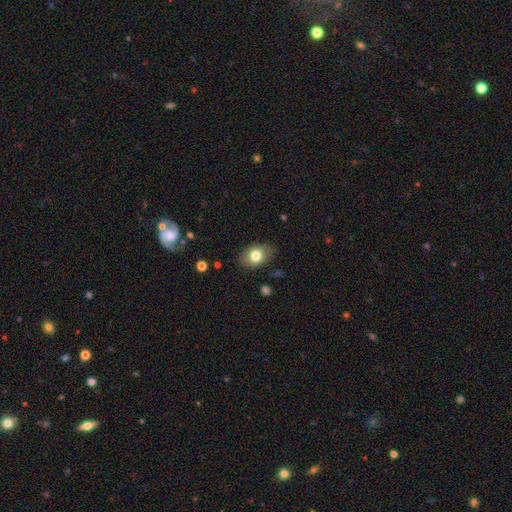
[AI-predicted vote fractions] A smooth galaxy with no disk features (79%) that is in between round and cigar-shaped (78%).

Vote fractions:
- Smooth or featured? smooth: 79% / featured or disk: 13% / star or artifact: 8%
- How rounded? in between: 78% / round: 20% / cigar-shaped: 1%
- Merging? none: 84% / minor disturbance: 12% / major disturbance: 3% / merger: 1%